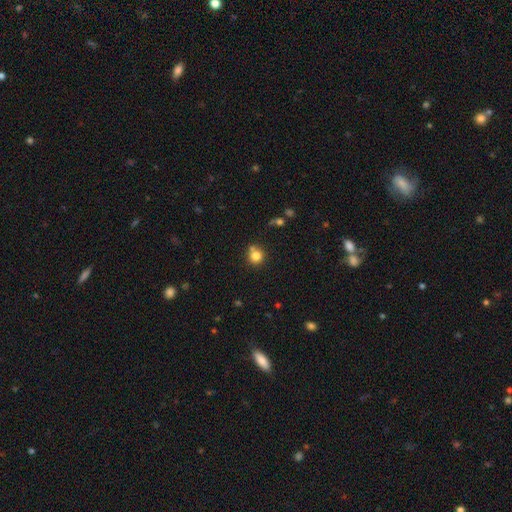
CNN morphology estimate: Smooth or featured?
  - smooth: 81% *
  - star or artifact: 11%
  - featured or disk: 8%
How rounded?
  - round: 88% *
  - in between: 11%
  - cigar-shaped: 1%
Merging?
  - none: 62% *
  - merger: 22%
  - minor disturbance: 12%
  - major disturbance: 4%